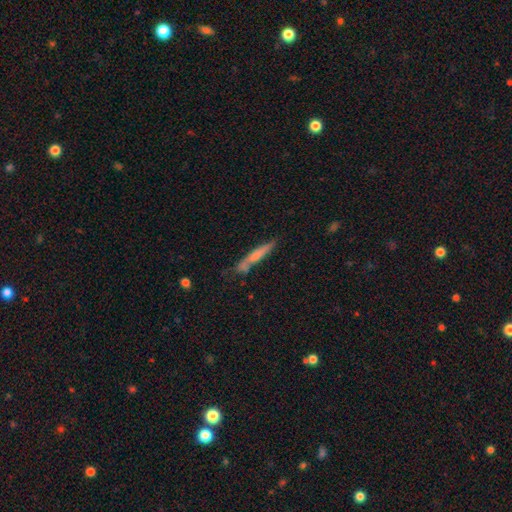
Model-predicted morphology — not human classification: Smooth or featured?
  - smooth: 55% *
  - featured or disk: 38%
  - star or artifact: 7%
How rounded?
  - cigar-shaped: 94% *
  - in between: 5%
  - round: 2%
Merging?
  - none: 70% *
  - minor disturbance: 18%
  - merger: 8%
  - major disturbance: 4%